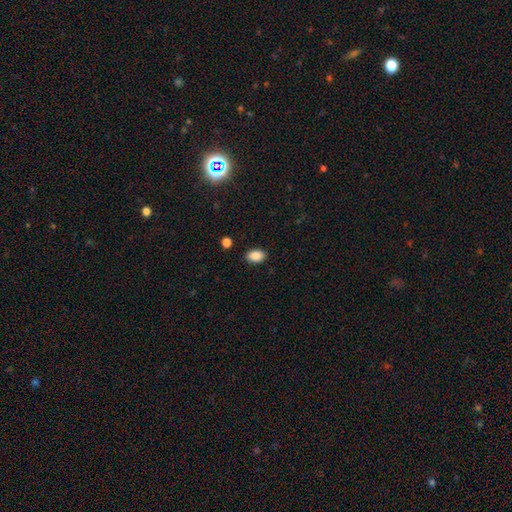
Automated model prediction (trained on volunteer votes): smooth-or-featured: smooth: 88% | star or artifact: 8% | featured or disk: 3%
  how-rounded: in between: 87% | round: 12% | cigar-shaped: 1%
  merging: none: 88% | minor disturbance: 8% | major disturbance: 2% | merger: 1%